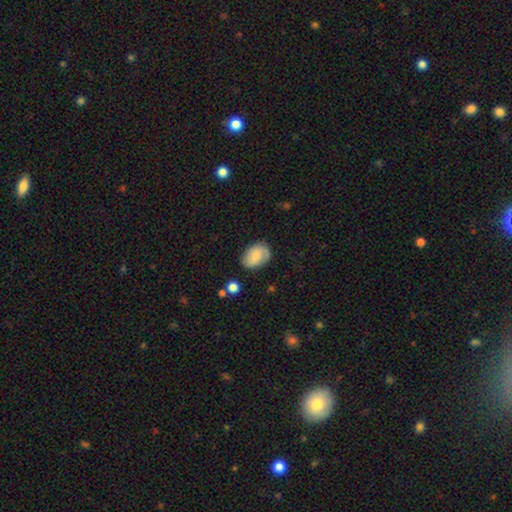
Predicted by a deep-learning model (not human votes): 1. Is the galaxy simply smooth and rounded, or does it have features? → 70% smooth, 23% featured or disk, 7% star or artifact.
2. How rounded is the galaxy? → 83% in between, 16% round, 1% cigar-shaped.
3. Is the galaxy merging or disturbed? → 72% none, 21% minor disturbance, 5% major disturbance, 2% merger.